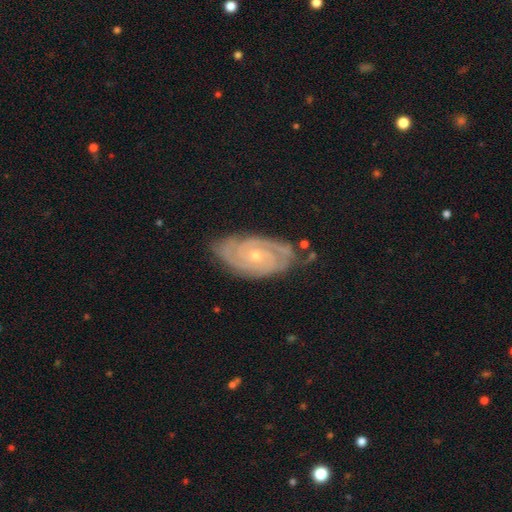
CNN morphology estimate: type=featured or disk (89%); edge-on=no (96%); bar=no (72%); spiral arms=yes (98%); winding=tight (77%); arm count=2 (50%); bulge=small (68%); merging=none (77%).